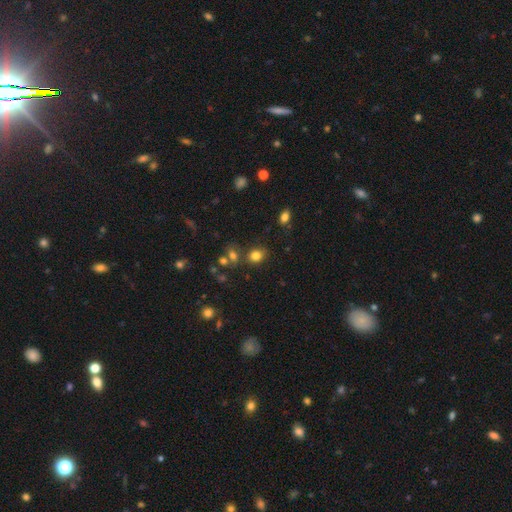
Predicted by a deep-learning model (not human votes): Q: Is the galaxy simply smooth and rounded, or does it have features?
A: smooth — 80%.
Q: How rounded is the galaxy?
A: round — 52%.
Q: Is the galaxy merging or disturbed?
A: none — 73%.